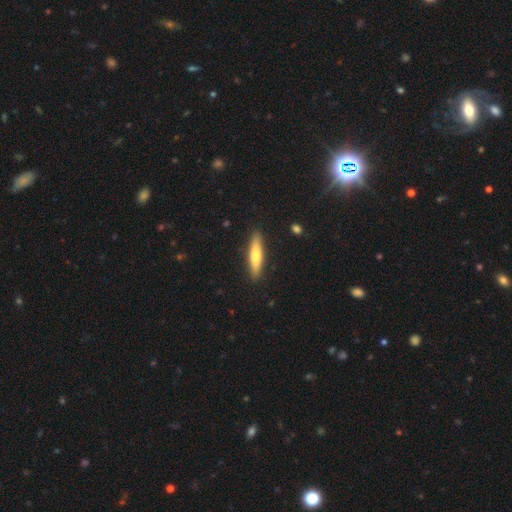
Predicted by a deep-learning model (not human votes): The model was most divided on "smooth or featured": smooth: 67%, featured or disk: 27%, star or artifact: 5%. More confident: merging — none (89%); how rounded — cigar-shaped (81%).